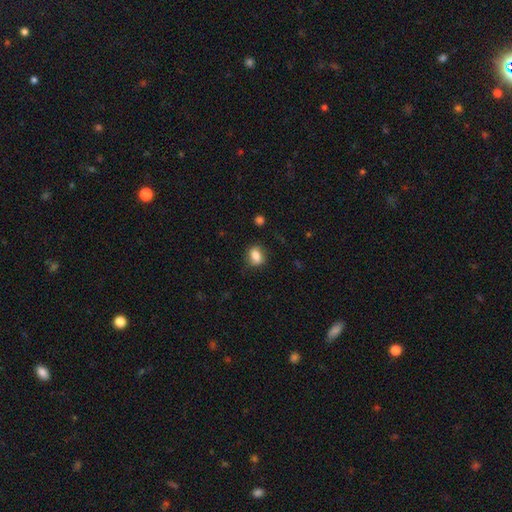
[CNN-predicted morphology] Smooth or featured?
  - smooth: 82% *
  - featured or disk: 9%
  - star or artifact: 9%
How rounded?
  - in between: 68% *
  - round: 30%
  - cigar-shaped: 2%
Merging?
  - none: 76% *
  - minor disturbance: 17%
  - major disturbance: 5%
  - merger: 2%